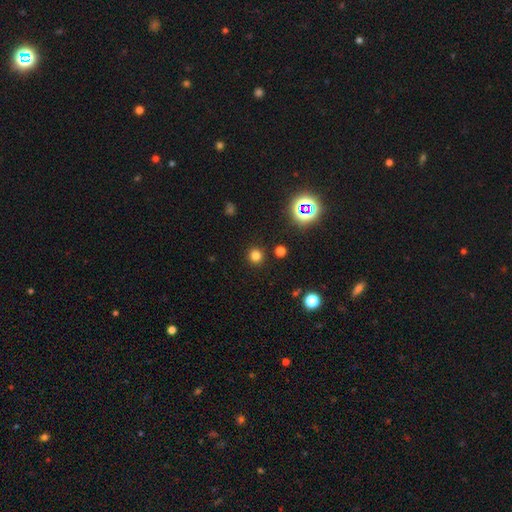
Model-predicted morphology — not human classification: type=smooth (77%); roundness=round (93%); merging=none (90%).